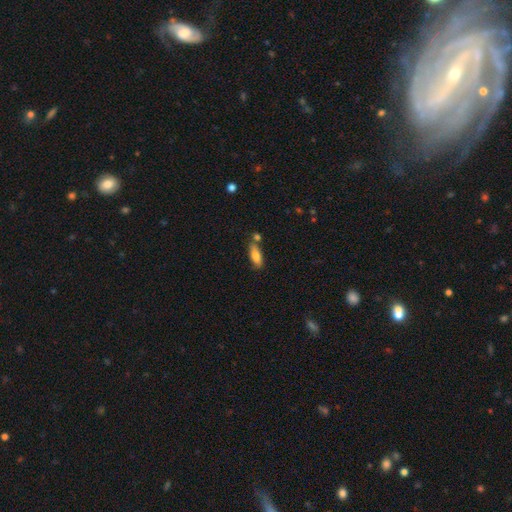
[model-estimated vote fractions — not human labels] Smooth or featured? Predicted: smooth (p=0.78). How rounded? Predicted: in between (p=0.68). Merging? Predicted: none (p=0.66).